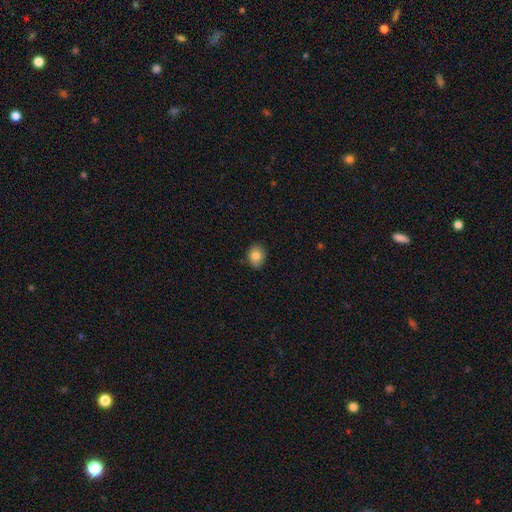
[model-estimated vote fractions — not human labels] This is clearly a smooth galaxy (83%). How rounded: possibly round (53%). Merging: clearly none (85%).